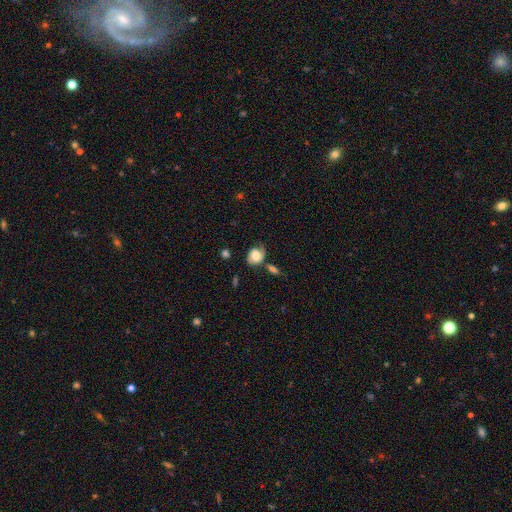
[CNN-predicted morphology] Smooth or featured: smooth — 57% (featured or disk — 35%)
How rounded: in between — 61% (round — 38%)
Merging: none — 50% (minor disturbance — 28%)